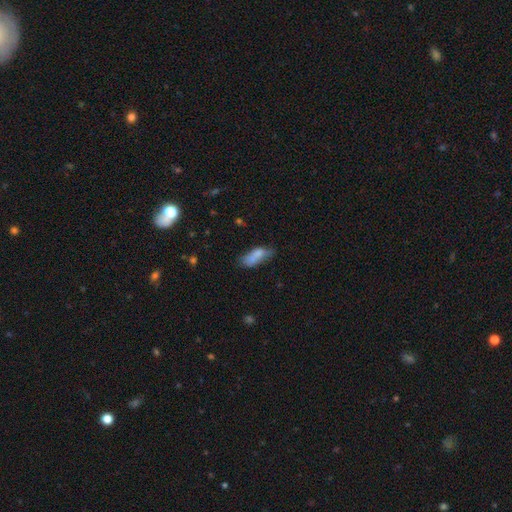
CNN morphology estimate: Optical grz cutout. It shows a smooth galaxy with no disk features (72%) that is in between round and cigar-shaped (75%). Merging: none (36%).